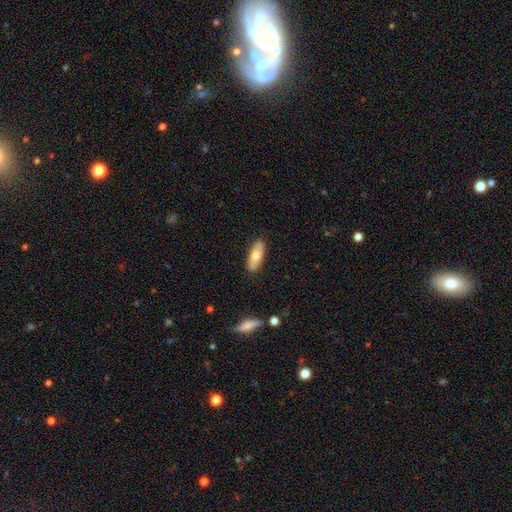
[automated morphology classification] Overall: smooth (71%). How rounded: in between (72%). Merging: none (88%).